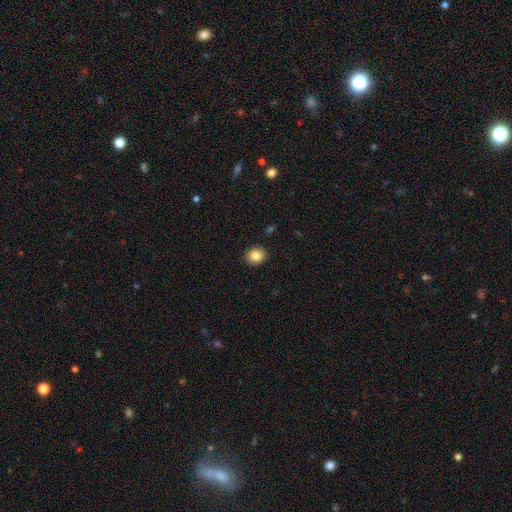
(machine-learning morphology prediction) type=smooth (84%); roundness=round (75%); merging=none (91%).